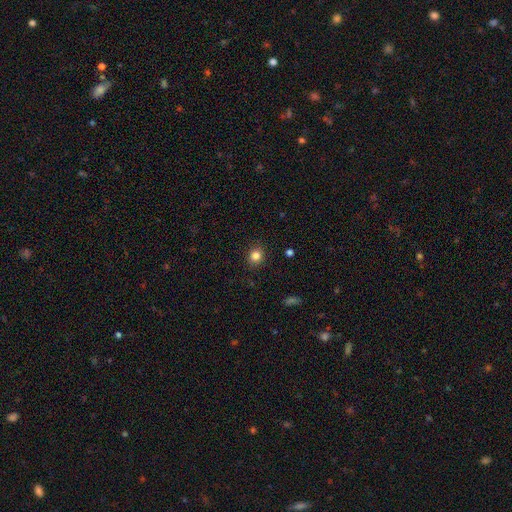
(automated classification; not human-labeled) Smooth or featured?
  - smooth: 83% *
  - star or artifact: 12%
  - featured or disk: 5%
How rounded?
  - round: 78% *
  - in between: 21%
  - cigar-shaped: 1%
Merging?
  - none: 89% *
  - minor disturbance: 8%
  - major disturbance: 2%
  - merger: 1%